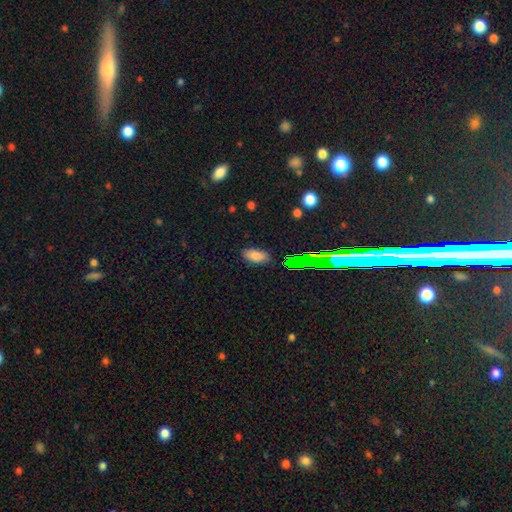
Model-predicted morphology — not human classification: The model was most divided on "smooth or featured": smooth: 79%, star or artifact: 15%, featured or disk: 6%. More confident: how rounded — in between (89%); merging — none (84%).